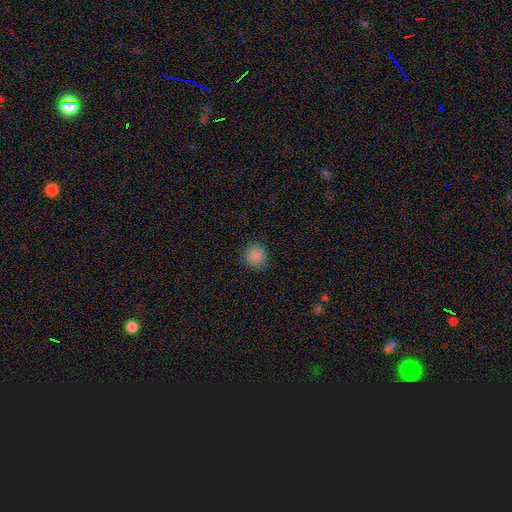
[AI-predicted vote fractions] Smooth or featured?
  - smooth: 87% *
  - star or artifact: 10%
  - featured or disk: 3%
How rounded?
  - round: 93% *
  - in between: 6%
  - cigar-shaped: 1%
Merging?
  - none: 89% *
  - minor disturbance: 8%
  - major disturbance: 2%
  - merger: 1%